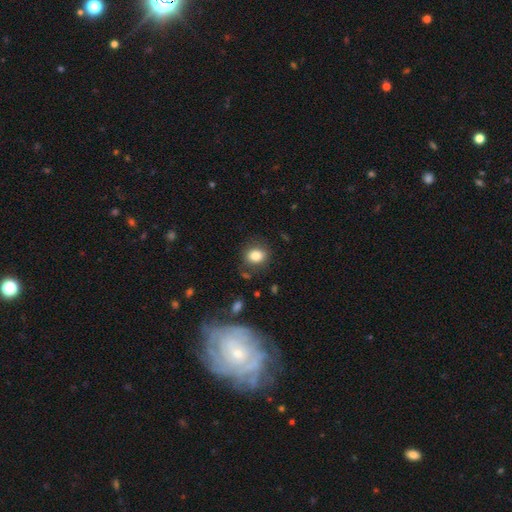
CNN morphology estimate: Smooth or featured? Predicted: smooth (p=0.82). How rounded? Predicted: round (p=0.55). Merging? Predicted: none (p=0.79).